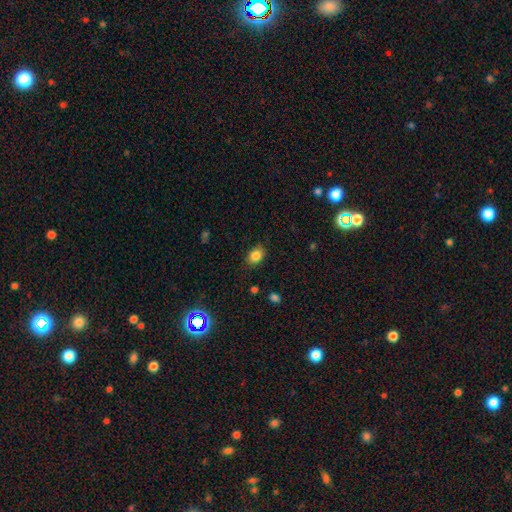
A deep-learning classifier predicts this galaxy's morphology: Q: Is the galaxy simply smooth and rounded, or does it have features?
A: smooth — 84%.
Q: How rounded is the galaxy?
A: in between — 69%.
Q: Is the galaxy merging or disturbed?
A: none — 83%.